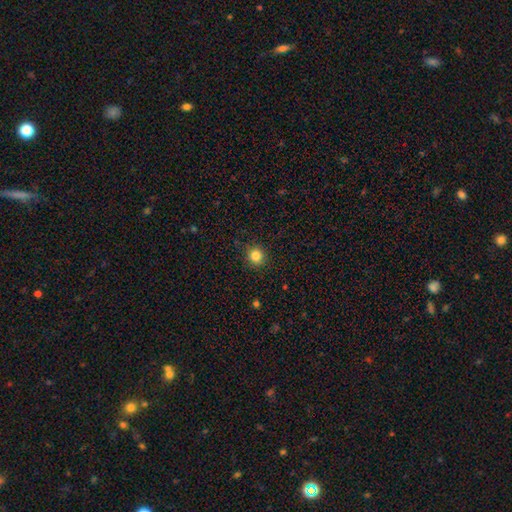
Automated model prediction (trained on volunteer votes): This is clearly a smooth galaxy (83%). How rounded: clearly round (92%). Merging: clearly none (89%).